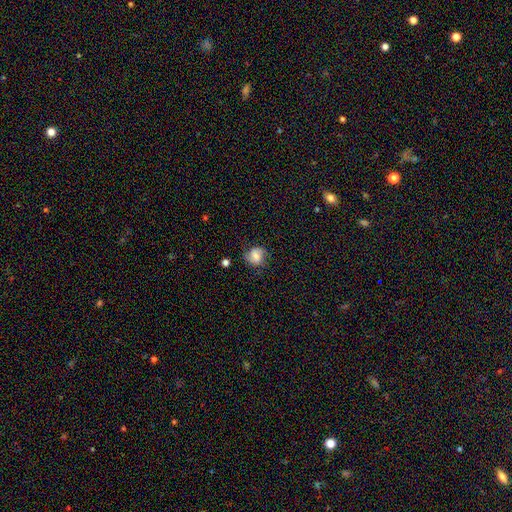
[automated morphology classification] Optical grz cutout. It shows a featured or disk galaxy (53%) with a weak bar (44%), spiral arms (91%) and a moderate central bulge (44%). Merging: none (71%).